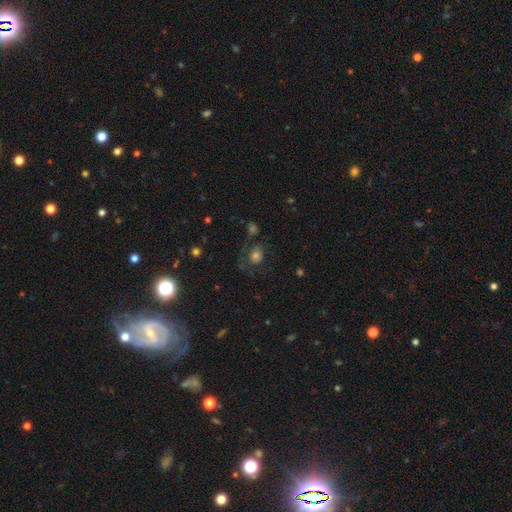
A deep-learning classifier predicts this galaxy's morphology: Overall: smooth (59%; featured or disk 24%). How rounded: round (60%; in between 39%). Merging: none (48%; major disturbance 27%).